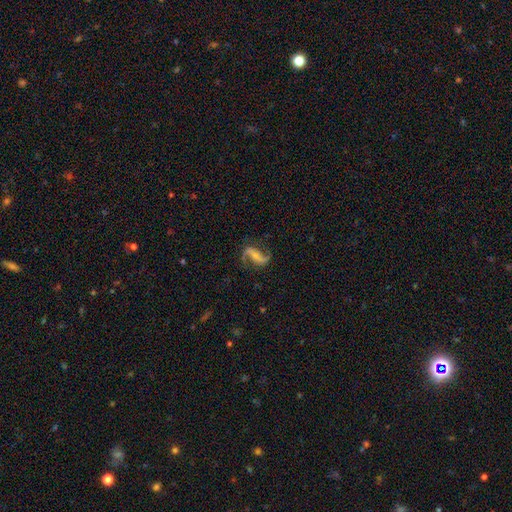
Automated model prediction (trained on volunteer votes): Q: Smooth or featured?
A: featured or disk (86%); runner-up: smooth (8%)
Q: Edge-on disk?
A: no (97%); runner-up: yes (3%)
Q: Bar?
A: strong (41%); runner-up: weak (31%)
Q: Spiral arms?
A: yes (96%); runner-up: no (4%)
Q: Spiral winding?
A: loose (73%); runner-up: medium (22%)
Q: Spiral arm count?
A: 2 (92%); runner-up: 1 (3%)
Q: Bulge size?
A: small (58%); runner-up: moderate (22%)
Q: Merging?
A: none (74%); runner-up: minor disturbance (14%)